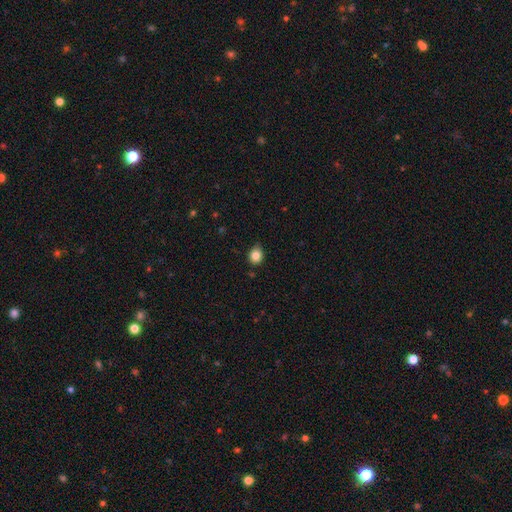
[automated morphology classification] smooth 84%, star or artifact 11%, featured or disk 6%. Down the decision tree: how rounded — round (66%); merging — none (76%).